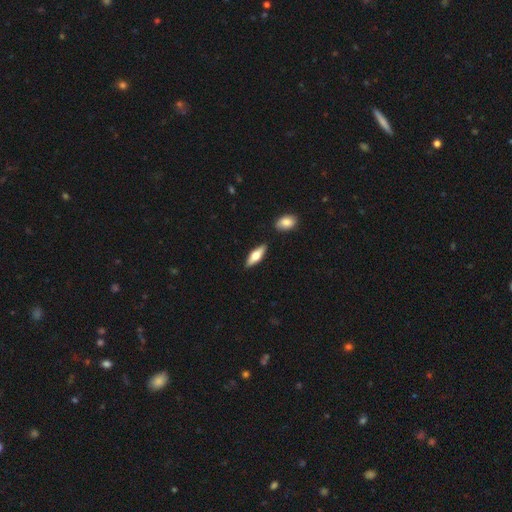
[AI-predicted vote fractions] A smooth galaxy with no disk features (53%) that is in between round and cigar-shaped (54%). Merging: none (86%).